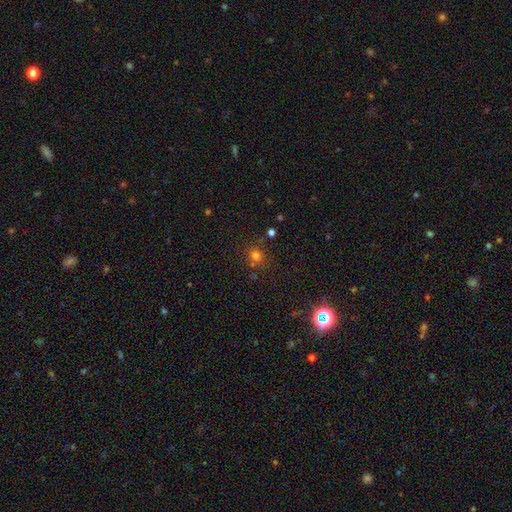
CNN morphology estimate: Smooth or featured? smooth (72%)
How rounded? round (86%)
Merging? none (74%)